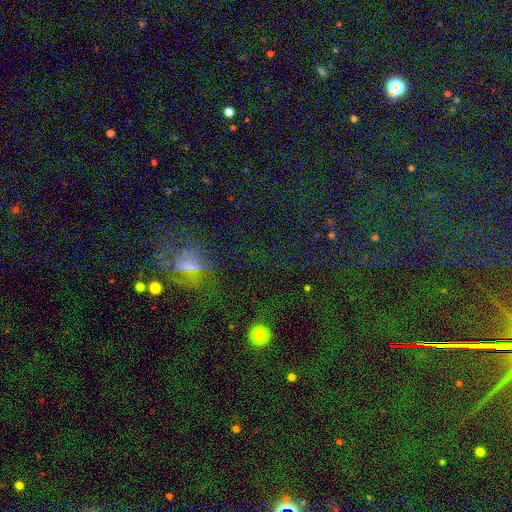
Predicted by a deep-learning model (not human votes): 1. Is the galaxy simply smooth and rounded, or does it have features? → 55% star or artifact, 24% smooth, 21% featured or disk.